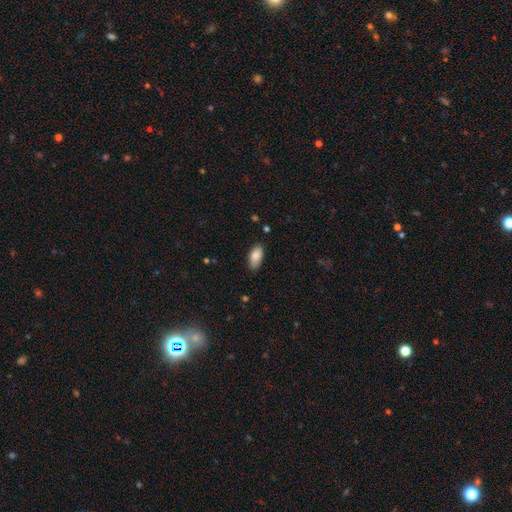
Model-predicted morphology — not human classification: A smooth galaxy with no disk features (85%) that is in between round and cigar-shaped (92%). Merging: none (81%).